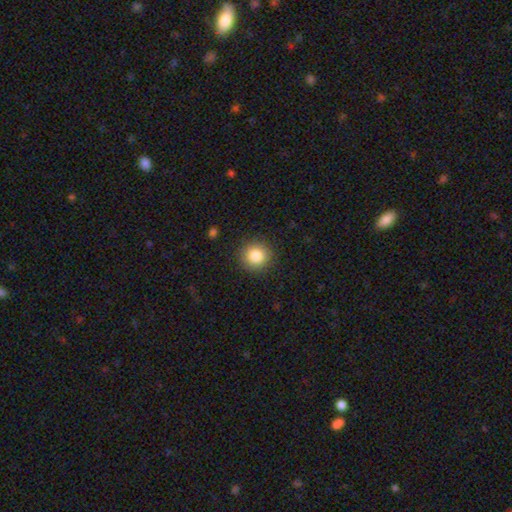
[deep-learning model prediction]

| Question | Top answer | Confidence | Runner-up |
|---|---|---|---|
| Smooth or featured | smooth | 84% | star or artifact (10%) |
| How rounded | round | 93% | in between (6%) |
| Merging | none | 91% | minor disturbance (6%) |